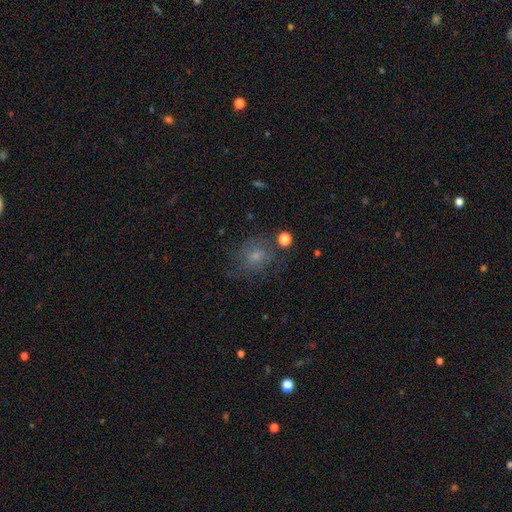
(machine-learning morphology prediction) This appears to be a smooth galaxy with no disk features (49%). Merging: none (64%).